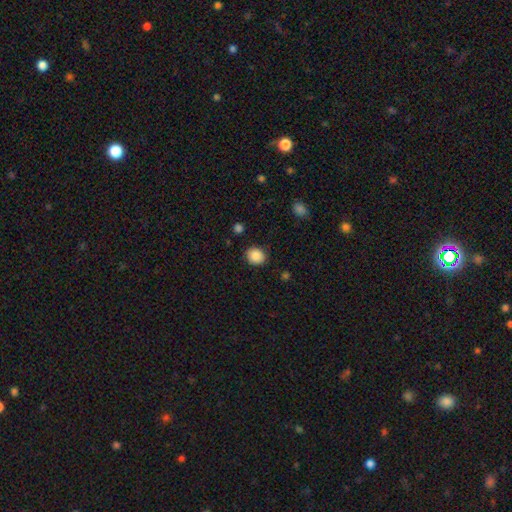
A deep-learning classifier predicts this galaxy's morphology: Smooth or featured? smooth (87%)
How rounded? round (71%)
Merging? none (87%)